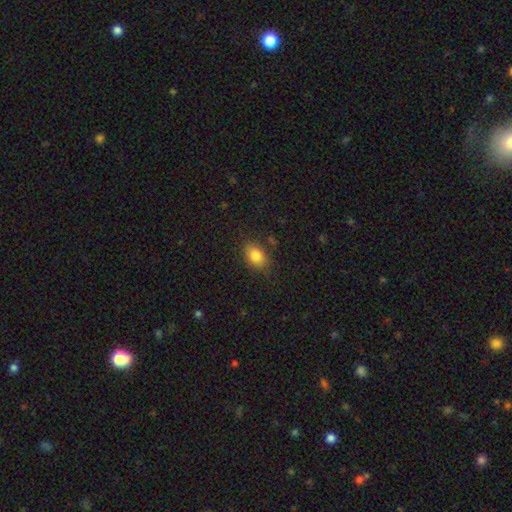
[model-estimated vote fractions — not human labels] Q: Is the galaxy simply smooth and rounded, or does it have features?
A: smooth — 83%.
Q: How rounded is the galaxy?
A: in between — 77%.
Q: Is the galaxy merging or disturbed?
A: none — 78%.